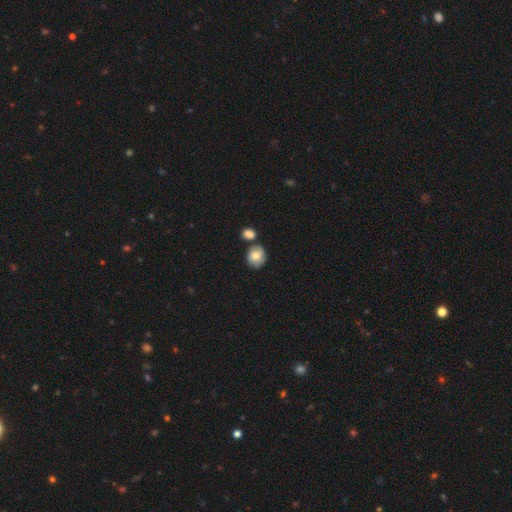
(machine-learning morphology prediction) Smooth or featured: smooth — 75% (featured or disk — 17%)
How rounded: round — 64% (in between — 35%)
Merging: none — 56% (merger — 22%)